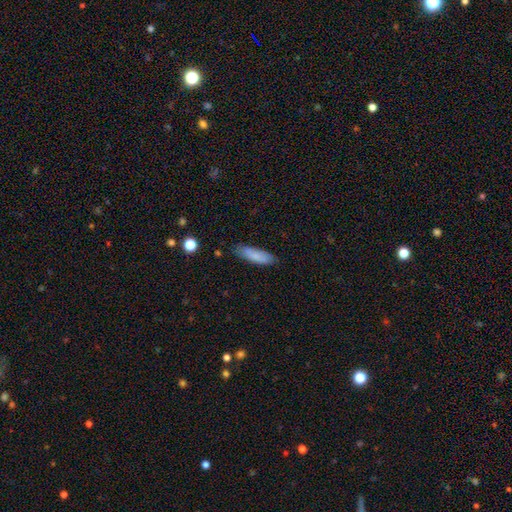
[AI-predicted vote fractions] The model was most divided on "how rounded": cigar-shaped: 56%, in between: 42%, round: 2%. More confident: merging — none (79%); smooth or featured — smooth (78%).